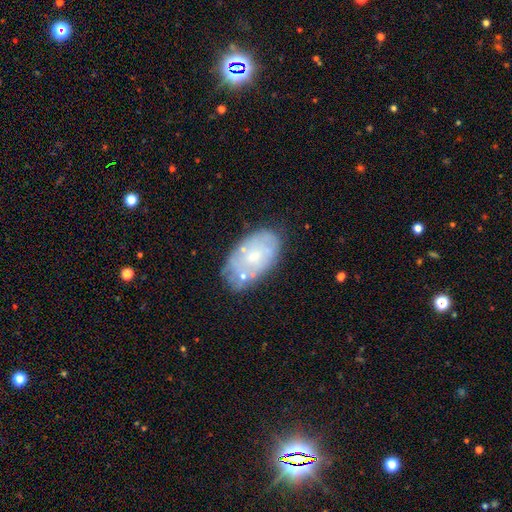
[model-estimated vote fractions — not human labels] A featured or disk galaxy (47%). Merging: none (64%).